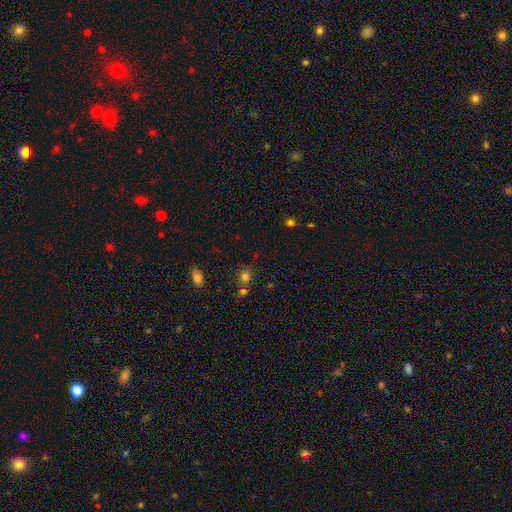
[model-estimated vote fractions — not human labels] A smooth galaxy with no disk features (64%) that is round (79%). Merging: none (68%).